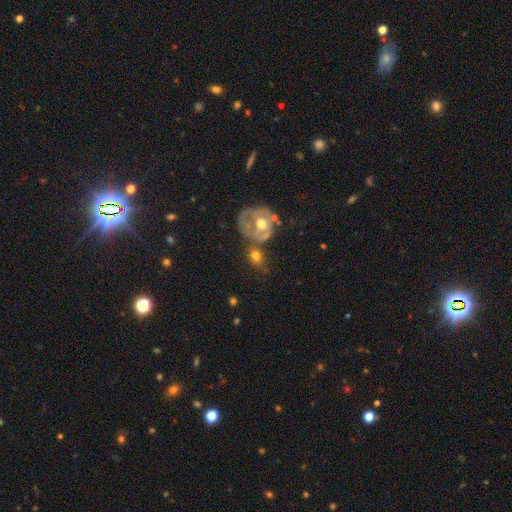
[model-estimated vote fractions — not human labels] Smooth or featured? smooth (61%)
How rounded? round (53%)
Merging? none (39%)